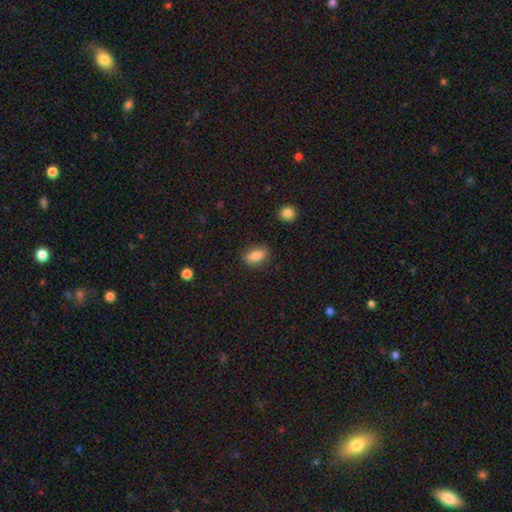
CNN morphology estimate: This is likely a smooth galaxy (80%). How rounded: clearly in between (84%). Merging: clearly none (82%).